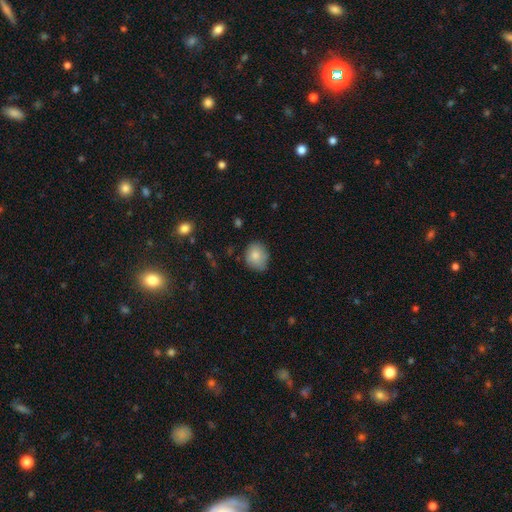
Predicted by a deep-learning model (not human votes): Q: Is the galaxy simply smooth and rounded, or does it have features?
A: smooth — 83%.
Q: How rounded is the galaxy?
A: round — 56%.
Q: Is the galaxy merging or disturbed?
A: none — 75%.